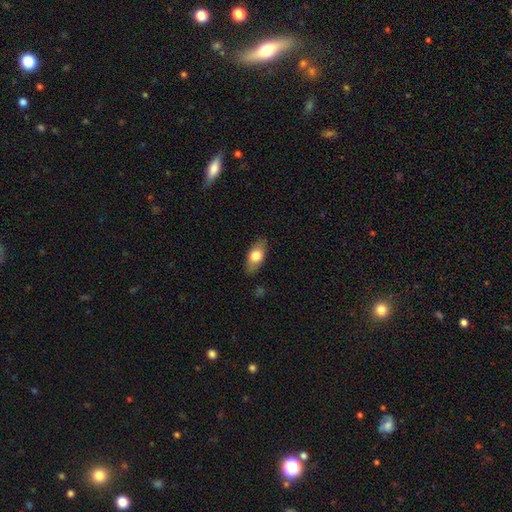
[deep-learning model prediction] Q: Smooth or featured?
A: smooth (69%); runner-up: featured or disk (25%)
Q: How rounded?
A: in between (85%); runner-up: cigar-shaped (10%)
Q: Merging?
A: none (84%); runner-up: minor disturbance (12%)